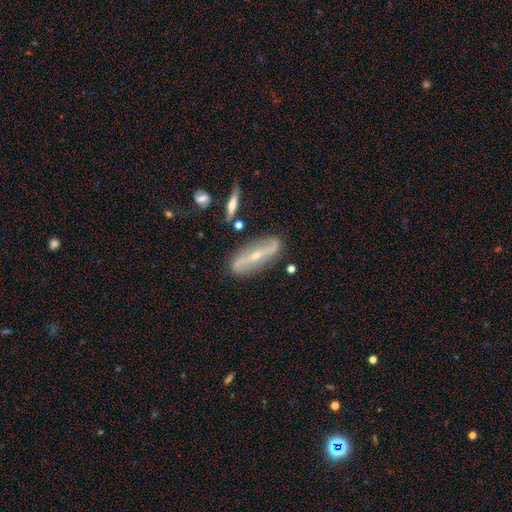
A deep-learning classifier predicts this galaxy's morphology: The model was most divided on "bulge size": small: 68%, moderate: 29%, none: 1%, large: 1%, dominant: 1%. More confident: merging — none (83%); smooth or featured — featured or disk (79%); spiral arms — yes (75%); edge-on disk — no (71%); bar — strong (66%).